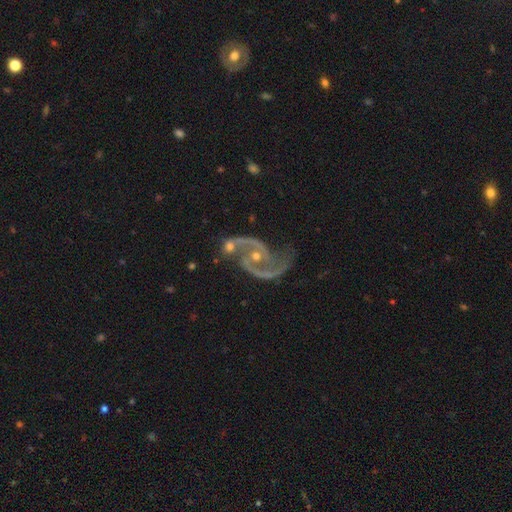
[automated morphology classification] A featured or disk galaxy (93%) with no bar (57%), 2 (93%) medium (56%) spiral arms (98%) and a small central bulge (58%). Merging: none (49%).